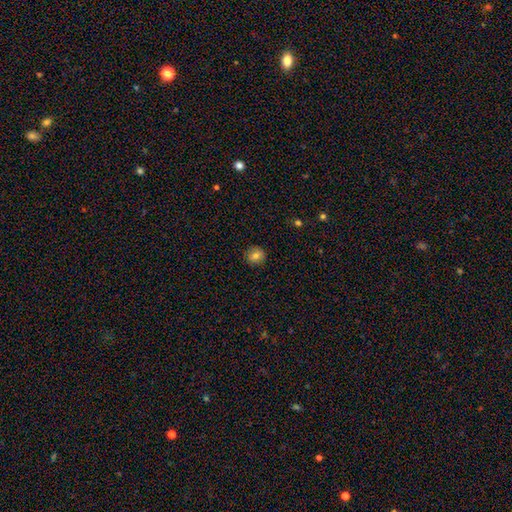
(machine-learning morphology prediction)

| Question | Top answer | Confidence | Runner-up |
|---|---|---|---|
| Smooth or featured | smooth | 79% | featured or disk (11%) |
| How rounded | round | 87% | in between (12%) |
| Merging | none | 89% | minor disturbance (8%) |